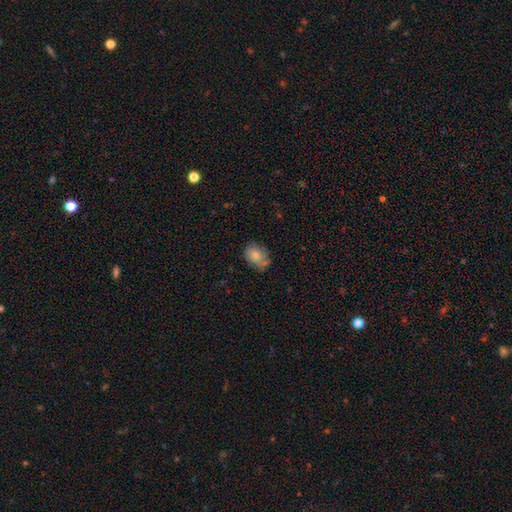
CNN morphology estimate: type=smooth (72%); roundness=in between (59%); merging=none (57%).